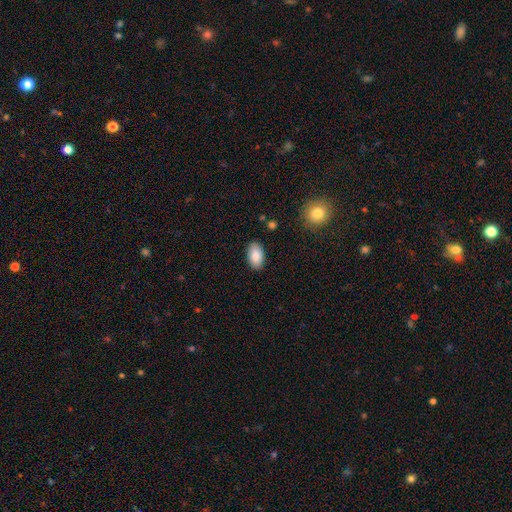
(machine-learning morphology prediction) This is clearly a smooth galaxy (87%). How rounded: clearly in between (94%). Merging: clearly none (87%).